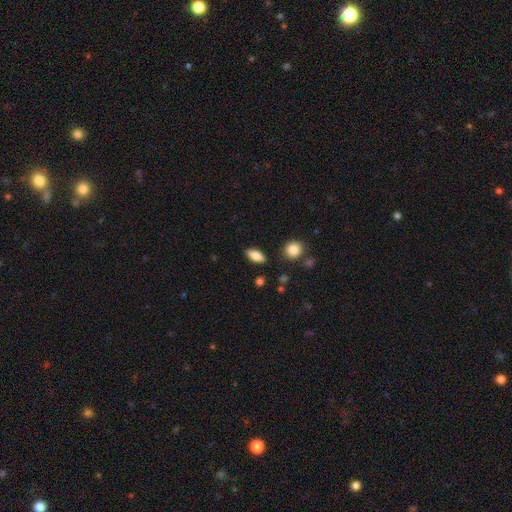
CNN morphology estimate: smooth 72%, featured or disk 21%, star or artifact 8%. Down the decision tree: how rounded — in between (79%); merging — none (84%).